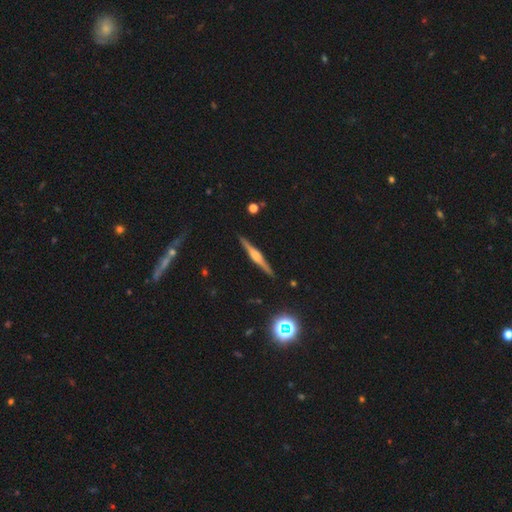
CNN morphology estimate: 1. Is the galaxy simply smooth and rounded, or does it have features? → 77% featured or disk, 16% smooth, 7% star or artifact.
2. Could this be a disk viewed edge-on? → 98% yes, 2% no.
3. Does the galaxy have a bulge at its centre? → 71% rounded, 22% boxy, 7% none.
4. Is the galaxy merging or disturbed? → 91% none, 6% minor disturbance, 1% major disturbance, 1% merger.